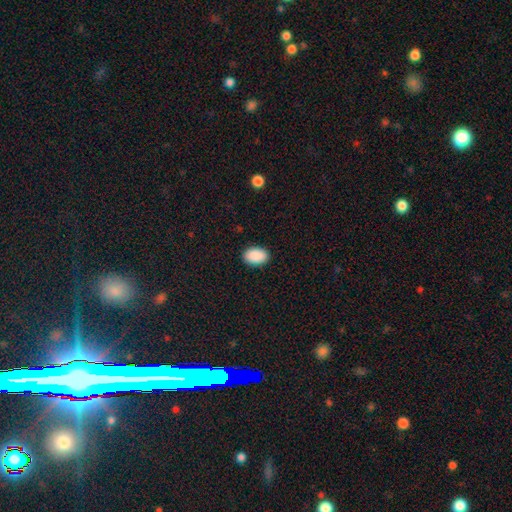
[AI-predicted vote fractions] smooth 91%, star or artifact 6%, featured or disk 2%. Down the decision tree: how rounded — in between (89%); merging — none (91%).